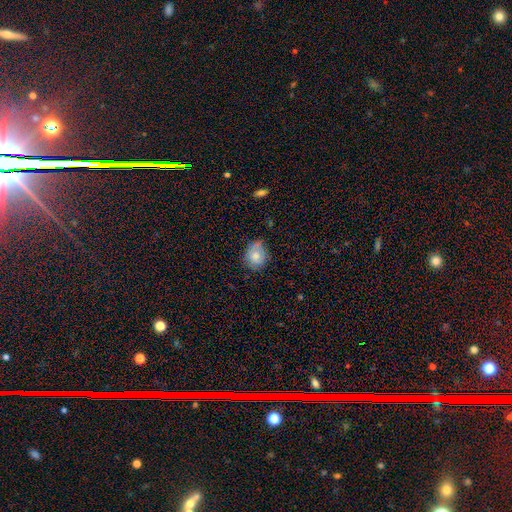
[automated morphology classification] A smooth galaxy with no disk features (78%) that is round (58%).

Vote fractions:
- Smooth or featured? smooth: 78% / featured or disk: 13% / star or artifact: 9%
- How rounded? round: 58% / in between: 40% / cigar-shaped: 1%
- Merging? none: 59% / minor disturbance: 31% / major disturbance: 7% / merger: 3%